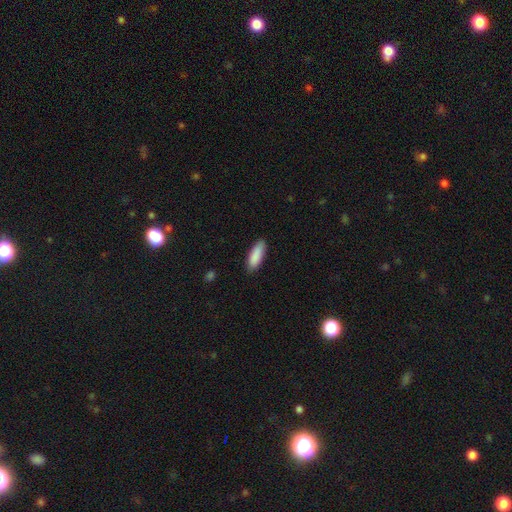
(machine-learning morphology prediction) Smooth or featured: smooth — 90% (star or artifact — 6%)
How rounded: in between — 60% (cigar-shaped — 38%)
Merging: none — 87% (minor disturbance — 11%)